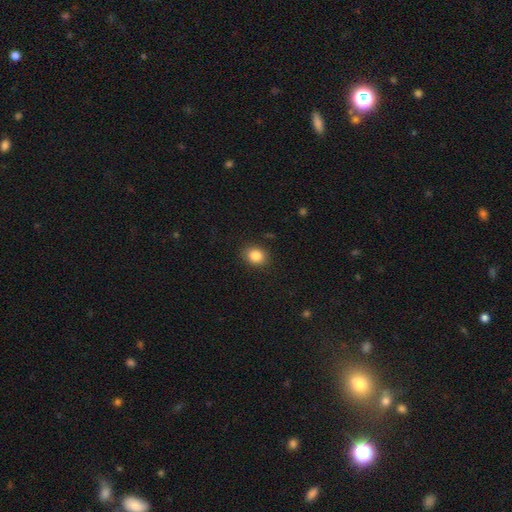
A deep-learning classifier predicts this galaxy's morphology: Smooth or featured?
  - smooth: 85% *
  - star or artifact: 10%
  - featured or disk: 5%
How rounded?
  - round: 60% *
  - in between: 39%
  - cigar-shaped: 1%
Merging?
  - none: 88% *
  - minor disturbance: 9%
  - major disturbance: 2%
  - merger: 1%